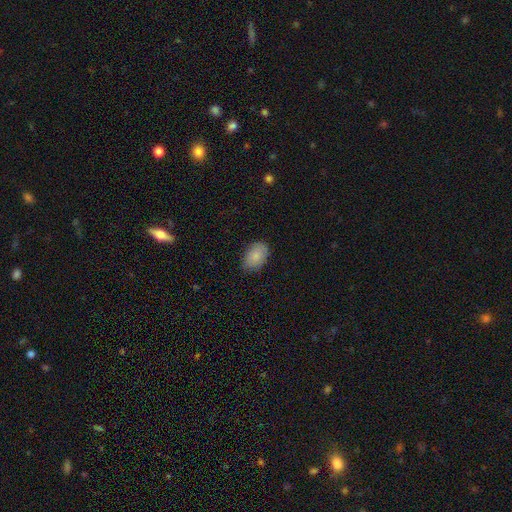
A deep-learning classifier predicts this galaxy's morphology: smooth-or-featured: smooth: 86% | featured or disk: 7% | star or artifact: 7%
  how-rounded: in between: 89% | round: 10% | cigar-shaped: 1%
  merging: none: 81% | minor disturbance: 15% | major disturbance: 3% | merger: 1%